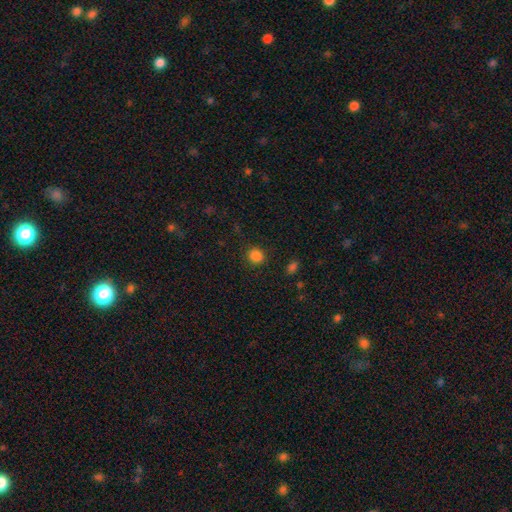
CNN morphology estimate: This appears to be a smooth galaxy with no disk features (85%) that is round (83%). Merging: none (89%).